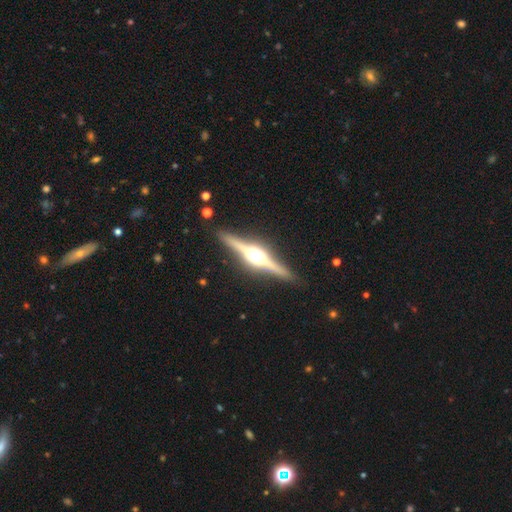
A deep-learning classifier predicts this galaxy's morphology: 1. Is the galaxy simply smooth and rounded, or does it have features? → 85% featured or disk, 9% smooth, 6% star or artifact.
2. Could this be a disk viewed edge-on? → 98% yes, 2% no.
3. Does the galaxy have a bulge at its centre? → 94% rounded, 4% boxy, 1% none.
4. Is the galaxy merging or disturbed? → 90% none, 7% minor disturbance, 2% major disturbance, 1% merger.